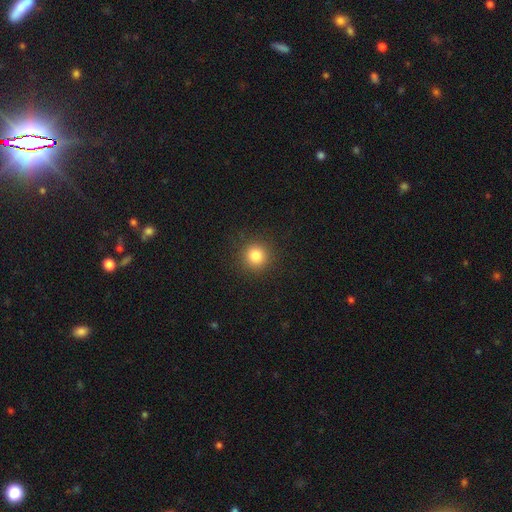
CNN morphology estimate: Smooth or featured? Predicted: smooth (p=0.82). How rounded? Predicted: round (p=0.94). Merging? Predicted: none (p=0.91).